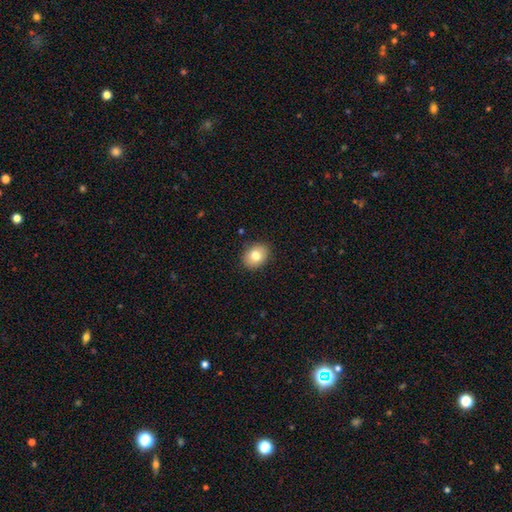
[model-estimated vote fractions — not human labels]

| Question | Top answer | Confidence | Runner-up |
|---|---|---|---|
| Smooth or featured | smooth | 79% | featured or disk (12%) |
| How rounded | in between | 53% | round (46%) |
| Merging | none | 89% | minor disturbance (8%) |